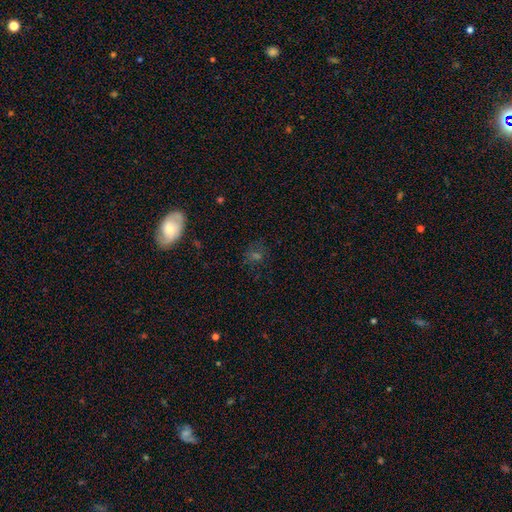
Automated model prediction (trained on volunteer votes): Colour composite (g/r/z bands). It shows a smooth galaxy with no disk features (47%). Merging: none (76%).